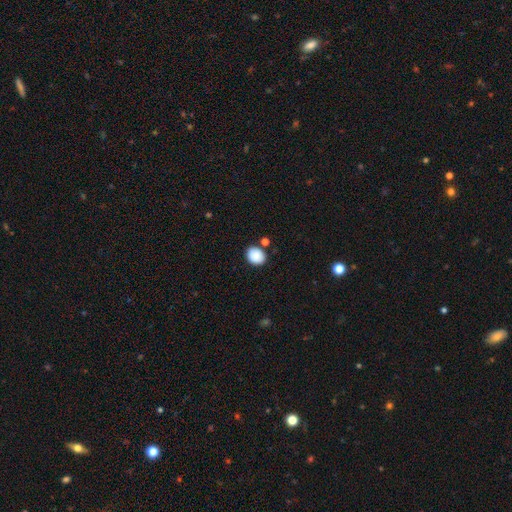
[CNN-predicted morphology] This is clearly a smooth galaxy (88%). How rounded: possibly round (57%). Merging: clearly none (81%).